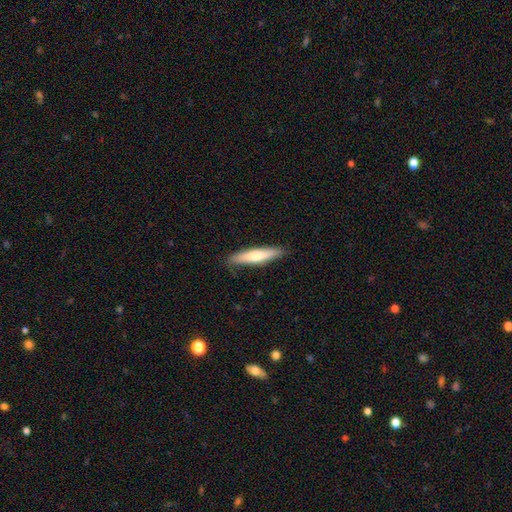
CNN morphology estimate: The model was most divided on "smooth or featured": smooth: 62%, featured or disk: 32%, star or artifact: 5%. More confident: merging — none (86%); how rounded — cigar-shaped (86%).